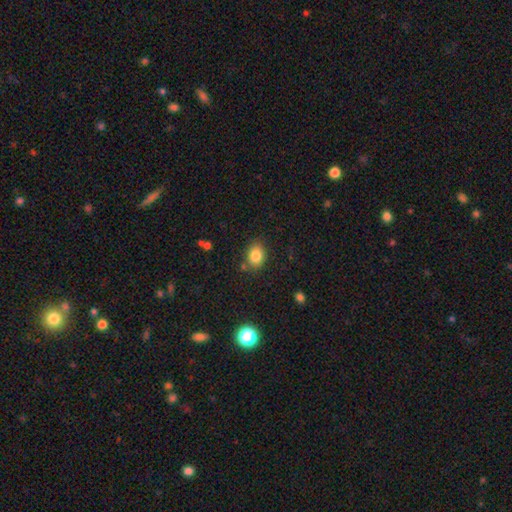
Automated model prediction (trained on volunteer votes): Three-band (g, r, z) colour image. It shows a smooth galaxy with no disk features (83%) that is in between round and cigar-shaped (65%). Merging: none (79%).